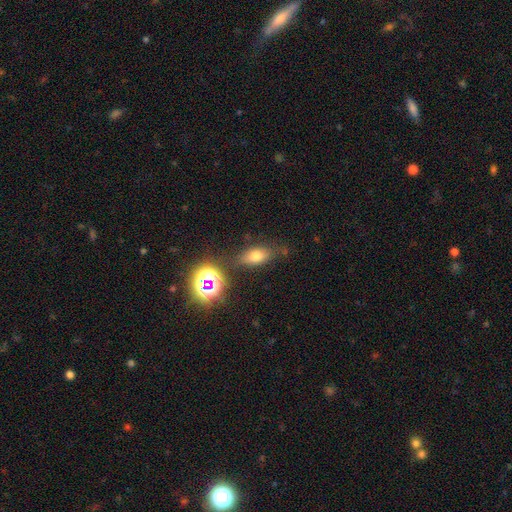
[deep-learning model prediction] Morphology: type=smooth (66%); roundness=in between (75%); merging=none (73%).